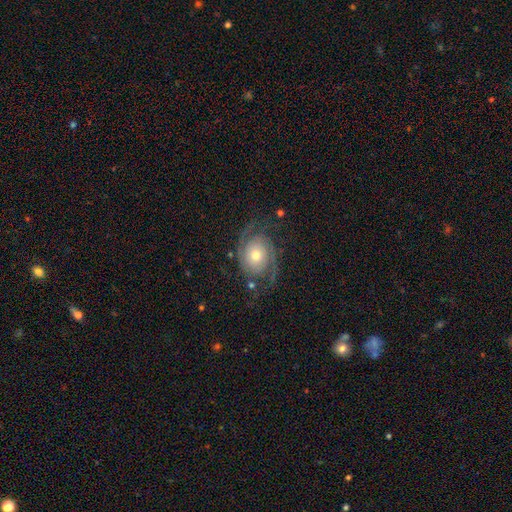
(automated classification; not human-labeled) Morphology: type=featured or disk (83%); edge-on=no (97%); bar=no (77%); spiral arms=yes (96%); winding=medium (44%); arm count=2 (89%); bulge=moderate (59%); merging=none (70%).